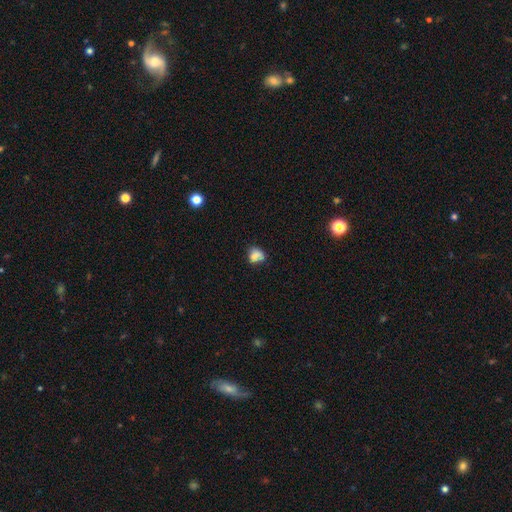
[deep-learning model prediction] Smooth or featured: smooth — 74% (featured or disk — 15%)
How rounded: round — 51% (in between — 47%)
Merging: none — 40% (merger — 25%)